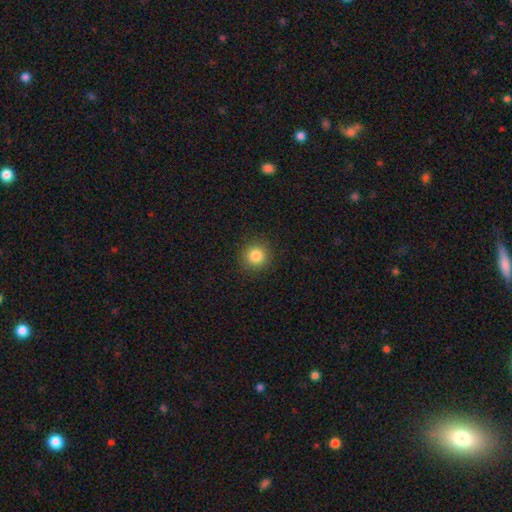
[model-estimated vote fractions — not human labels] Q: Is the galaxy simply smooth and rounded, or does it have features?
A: smooth — 84%.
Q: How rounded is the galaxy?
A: round — 94%.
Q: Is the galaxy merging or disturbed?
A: none — 91%.